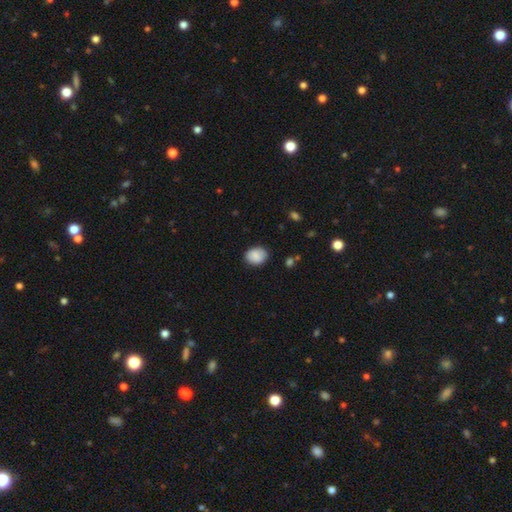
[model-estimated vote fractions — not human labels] smooth 84%, featured or disk 8%, star or artifact 7%. Down the decision tree: how rounded — in between (56%); merging — none (83%).